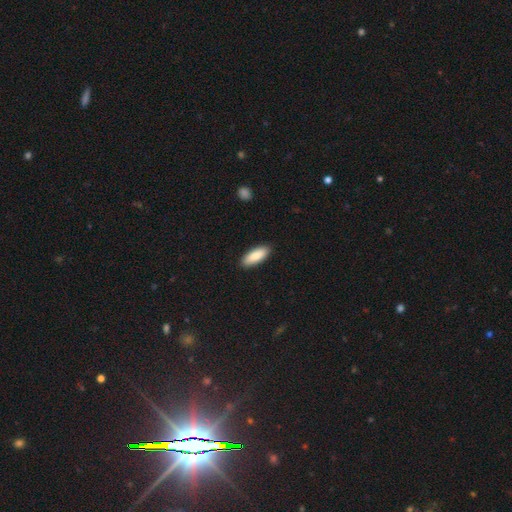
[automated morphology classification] type=smooth (87%); roundness=in between (72%); merging=none (90%).